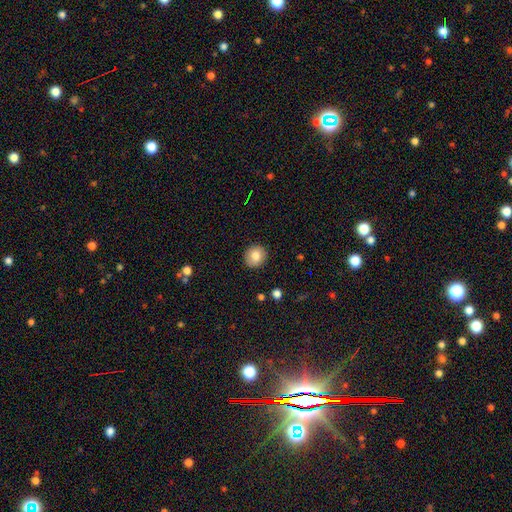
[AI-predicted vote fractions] smooth 81%, featured or disk 10%, star or artifact 9%. Down the decision tree: how rounded — round (87%); merging — none (90%).